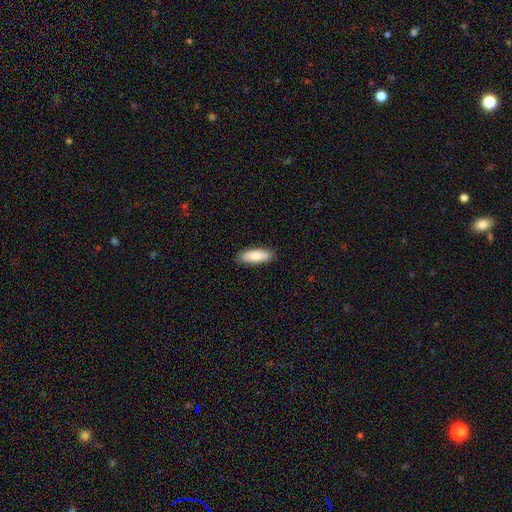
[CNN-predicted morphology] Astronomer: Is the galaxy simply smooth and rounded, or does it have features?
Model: smooth — 81%.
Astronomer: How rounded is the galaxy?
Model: in between — 67%.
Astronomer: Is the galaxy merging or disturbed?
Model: none — 89%.